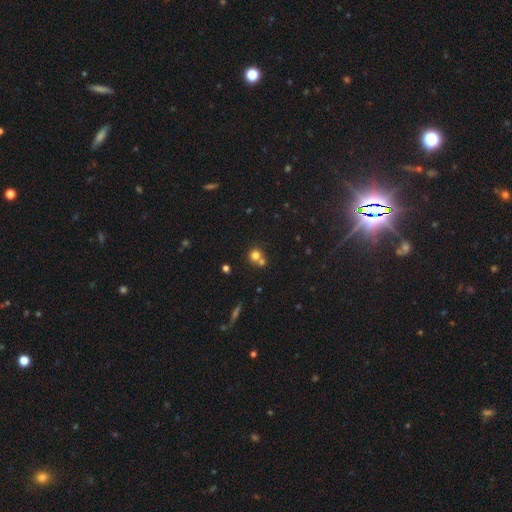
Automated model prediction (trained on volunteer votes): Q: Smooth or featured?
A: smooth (74%); runner-up: star or artifact (15%)
Q: How rounded?
A: round (88%); runner-up: in between (11%)
Q: Merging?
A: none (50%); runner-up: merger (41%)